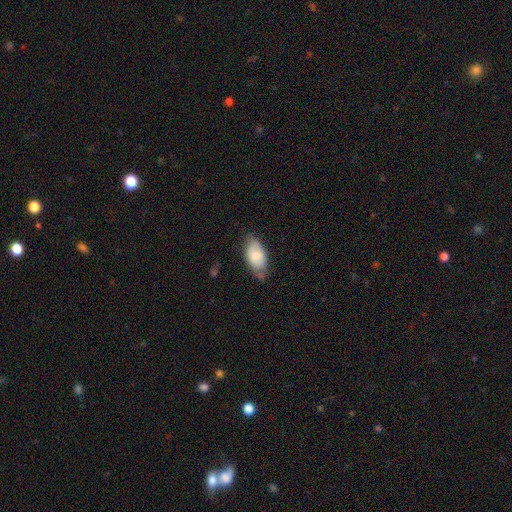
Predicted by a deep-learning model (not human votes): smooth_or_featured: smooth (p=0.73) [alt: featured or disk p=0.20]
how_rounded: in between (p=0.93) [alt: cigar-shaped p=0.04]
merging: none (p=0.60) [alt: minor disturbance p=0.31]